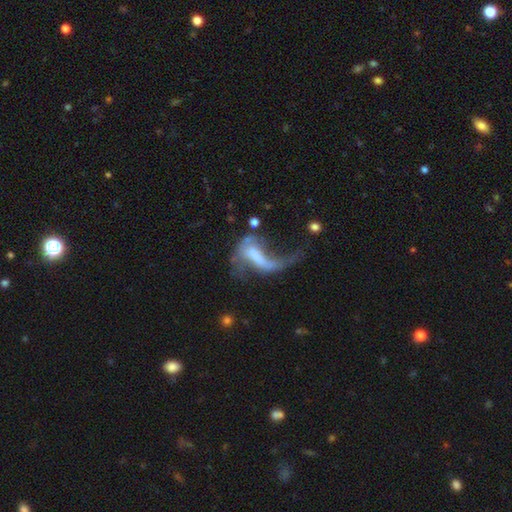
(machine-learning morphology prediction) Q: Smooth or featured?
A: featured or disk (67%); runner-up: smooth (22%)
Q: Edge-on disk?
A: no (93%); runner-up: yes (7%)
Q: Bar?
A: weak (36%); runner-up: strong (32%)
Q: Spiral arms?
A: yes (63%); runner-up: no (37%)
Q: Bulge size?
A: none (32%); runner-up: moderate (30%)
Q: Merging?
A: major disturbance (54%); runner-up: none (20%)